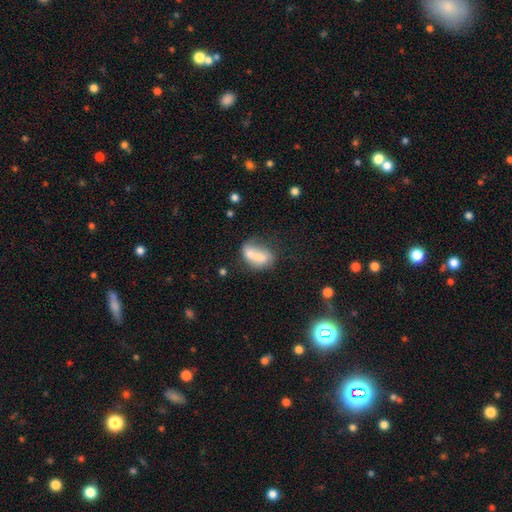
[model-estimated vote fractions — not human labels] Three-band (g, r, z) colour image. It shows a smooth galaxy with no disk features (62%) that is in between round and cigar-shaped (82%). Merging: merger (43%).